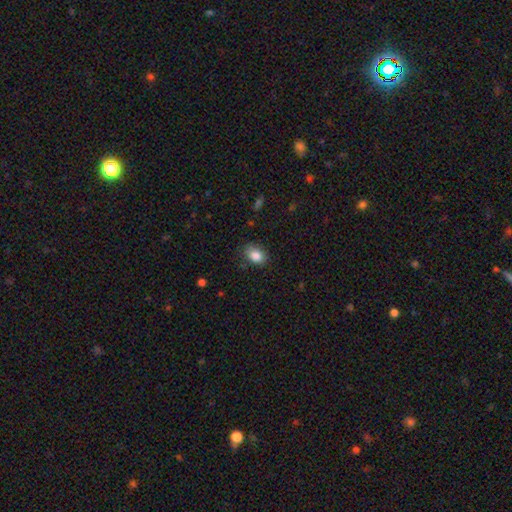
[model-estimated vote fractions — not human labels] smooth 86%, star or artifact 8%, featured or disk 6%. Down the decision tree: how rounded — in between (74%); merging — none (77%).